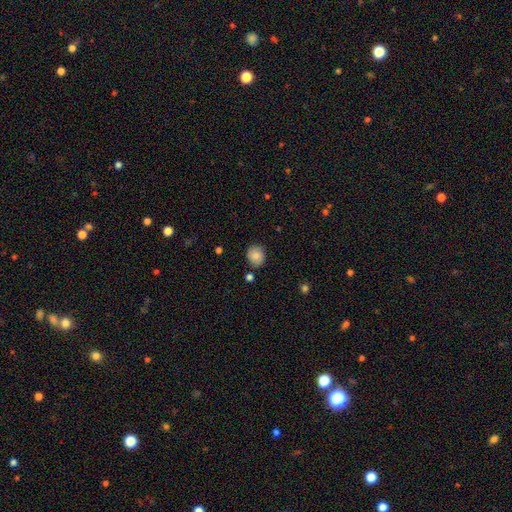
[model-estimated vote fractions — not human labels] Q: Smooth or featured?
A: smooth (81%); runner-up: featured or disk (10%)
Q: How rounded?
A: round (76%); runner-up: in between (23%)
Q: Merging?
A: none (83%); runner-up: minor disturbance (11%)